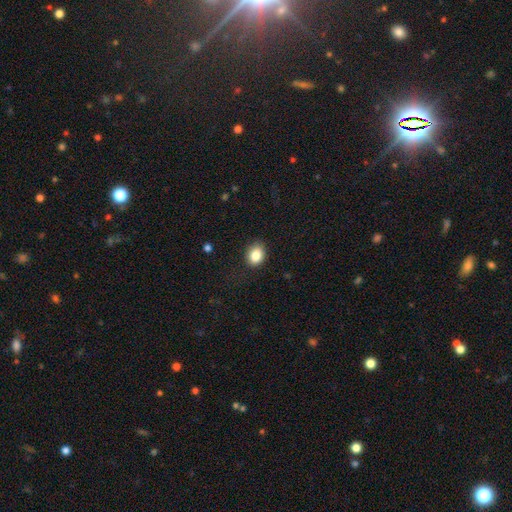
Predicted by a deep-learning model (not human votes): Smooth or featured? Predicted: smooth (p=0.85). How rounded? Predicted: in between (p=0.58). Merging? Predicted: none (p=0.83).